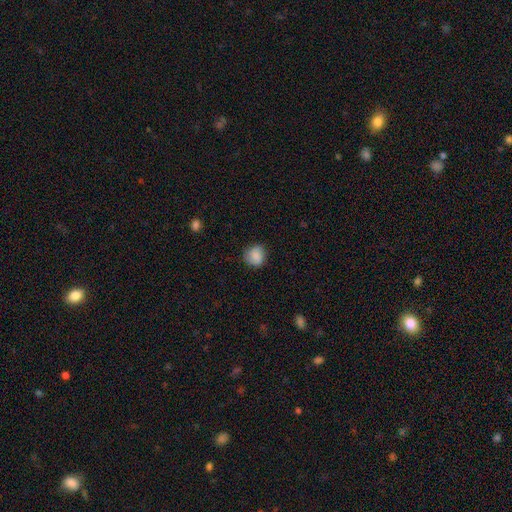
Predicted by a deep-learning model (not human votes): A smooth galaxy with no disk features (86%) that is round (83%). Merging: none (79%).